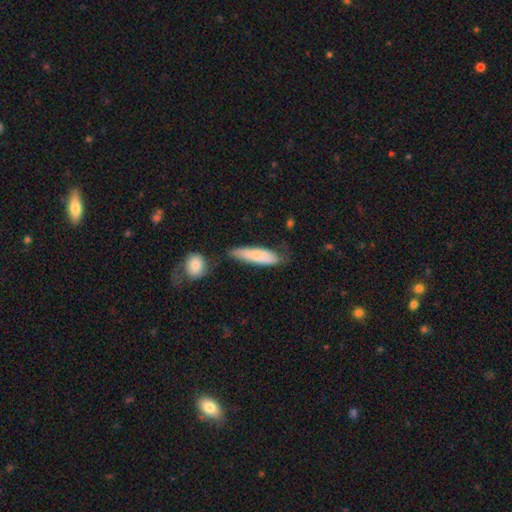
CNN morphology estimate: This appears to be a smooth galaxy with no disk features (72%) that is cigar-shaped (62%). Merging: none (54%).